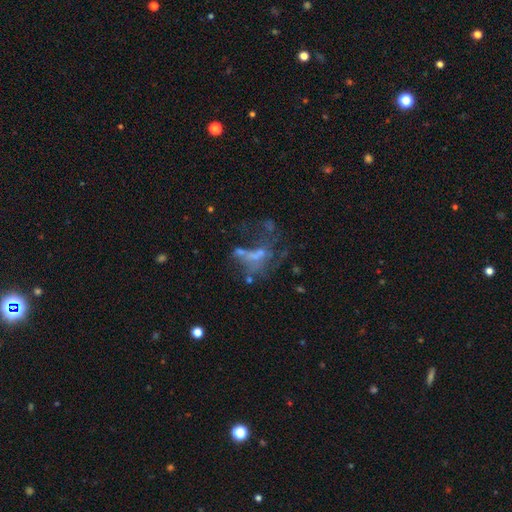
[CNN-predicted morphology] Smooth or featured?
  - featured or disk: 52% *
  - star or artifact: 26%
  - smooth: 22%
Edge-on disk?
  - no: 96% *
  - yes: 4%
Merging?
  - major disturbance: 39% *
  - none: 32%
  - merger: 15%
  - minor disturbance: 13%